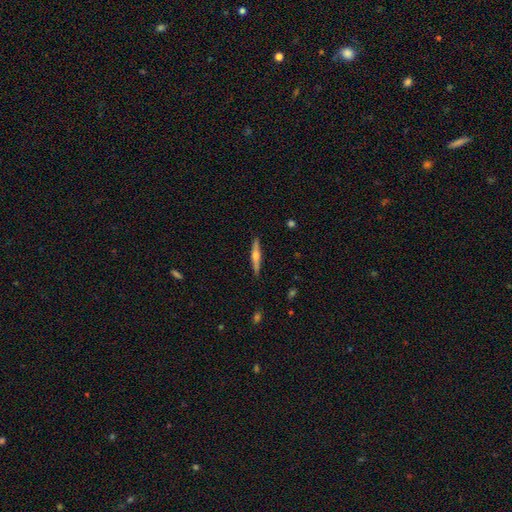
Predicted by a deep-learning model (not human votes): Q: Smooth or featured?
A: featured or disk (64%); runner-up: smooth (31%)
Q: Edge-on disk?
A: yes (97%); runner-up: no (3%)
Q: Edge-on bulge?
A: rounded (91%); runner-up: none (5%)
Q: Merging?
A: none (90%); runner-up: minor disturbance (7%)